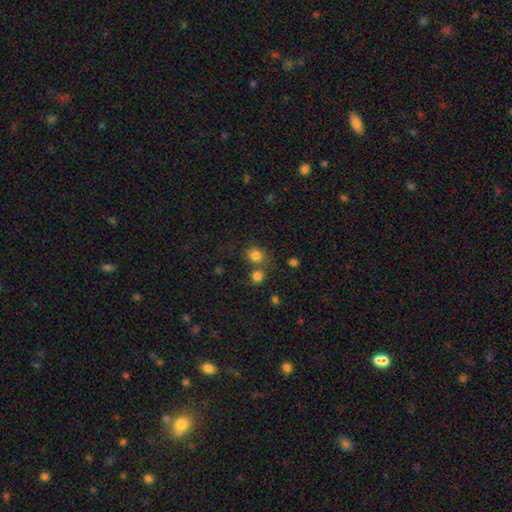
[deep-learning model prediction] Smooth or featured? Predicted: smooth (p=0.81). How rounded? Predicted: round (p=0.79). Merging? Predicted: none (p=0.60).